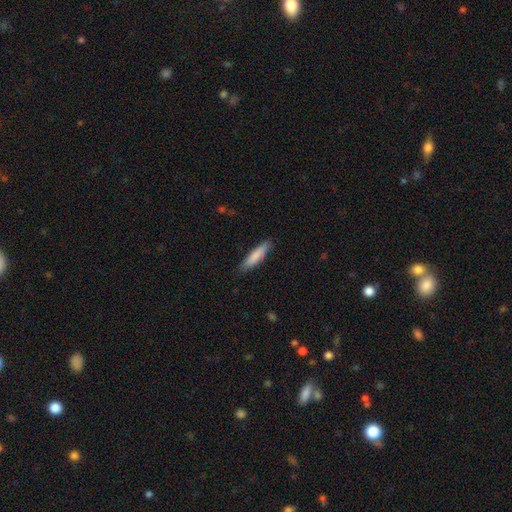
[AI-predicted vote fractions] This appears to be a smooth galaxy with no disk features (81%) that is cigar-shaped (79%). Merging: none (85%).